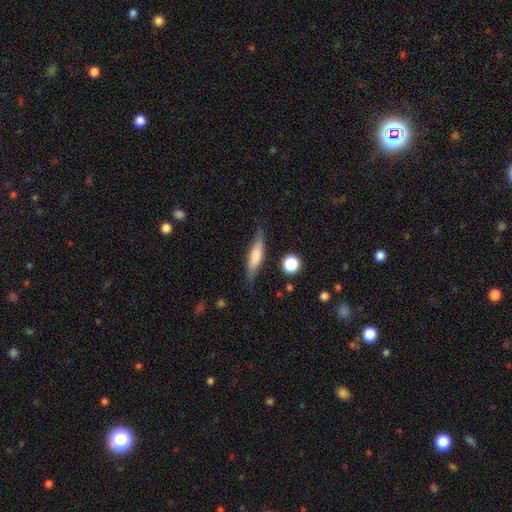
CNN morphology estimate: smooth-or-featured: smooth: 60% | featured or disk: 33% | star or artifact: 7%
  how-rounded: cigar-shaped: 75% | in between: 23% | round: 2%
  merging: none: 76% | minor disturbance: 18% | major disturbance: 4% | merger: 2%